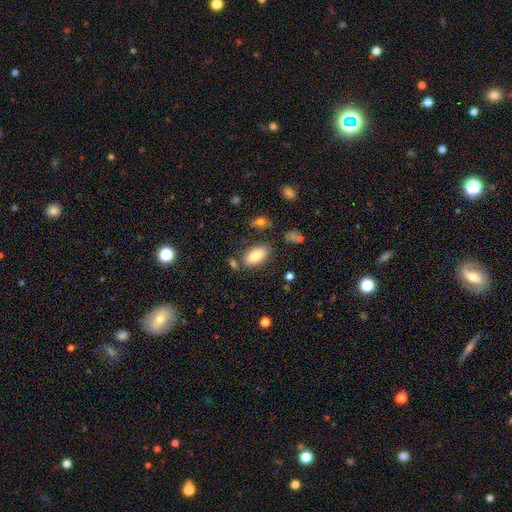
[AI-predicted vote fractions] Overall: smooth (84%). How rounded: in between (92%). Merging: none (74%).